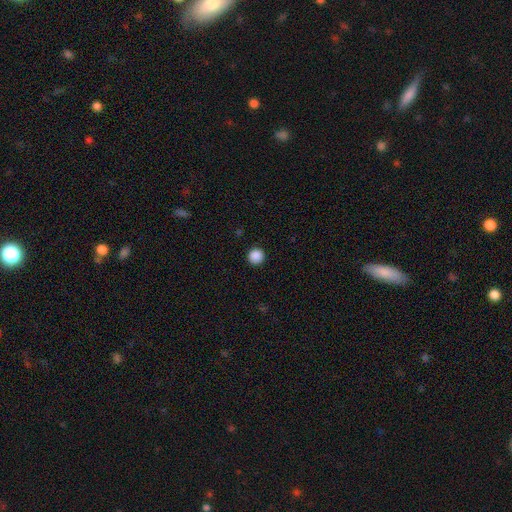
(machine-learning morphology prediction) smooth-or-featured: smooth: 88% | star or artifact: 9% | featured or disk: 2%
  how-rounded: round: 95% | in between: 4% | cigar-shaped: 1%
  merging: none: 92% | minor disturbance: 5% | major disturbance: 2% | merger: 1%